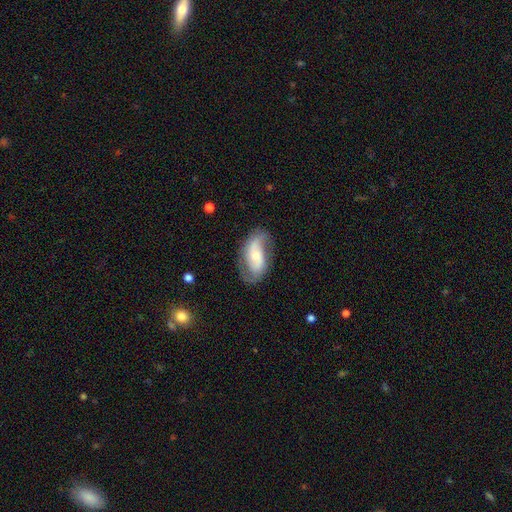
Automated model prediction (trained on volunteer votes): smooth_or_featured: featured or disk (p=0.70) [alt: smooth p=0.23]
disk_edge_on: no (p=0.94) [alt: yes p=0.06]
bar: no (p=0.52) [alt: weak p=0.31]
has_spiral_arms: yes (p=0.87) [alt: no p=0.13]
spiral_winding: loose (p=0.51) [alt: medium p=0.34]
spiral_arm_count: 2 (p=0.84) [alt: can't tell p=0.07]
bulge_size: small (p=0.47) [alt: moderate p=0.45]
merging: none (p=0.71) [alt: minor disturbance p=0.19]